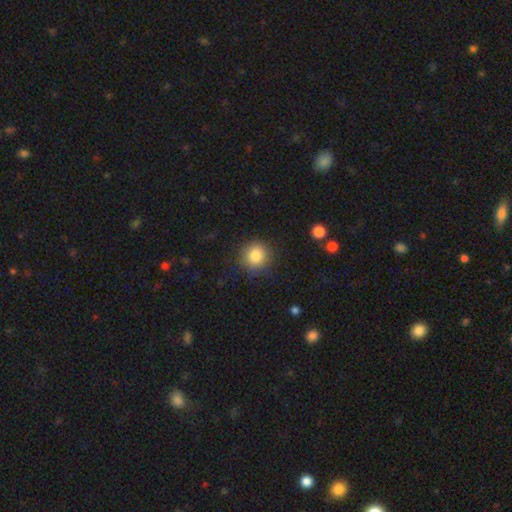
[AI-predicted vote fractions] Smooth or featured? smooth (85%)
How rounded? round (91%)
Merging? none (85%)